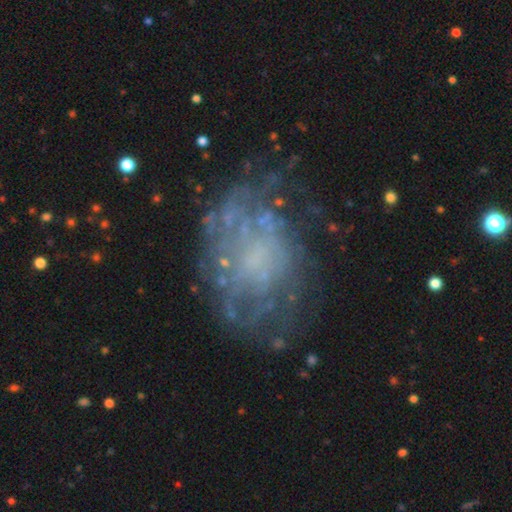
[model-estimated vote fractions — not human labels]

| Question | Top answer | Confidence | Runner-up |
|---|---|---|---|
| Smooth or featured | featured or disk | 63% | smooth (23%) |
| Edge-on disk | no | 97% | yes (3%) |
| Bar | no | 86% | weak (11%) |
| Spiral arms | no | 59% | yes (41%) |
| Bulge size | none | 65% | small (19%) |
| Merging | none | 59% | minor disturbance (21%) |